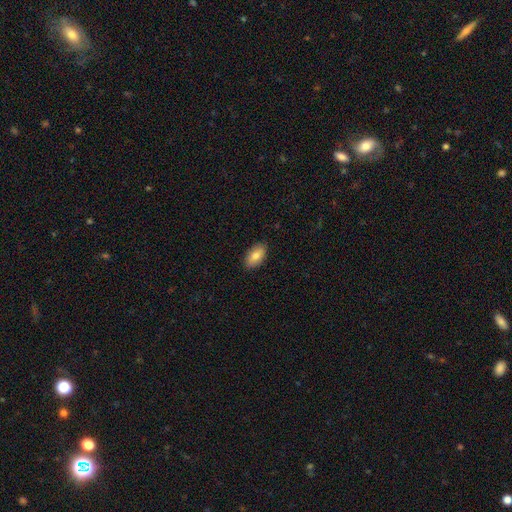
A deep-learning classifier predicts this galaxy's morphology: type=smooth (80%); roundness=in between (93%); merging=none (88%).